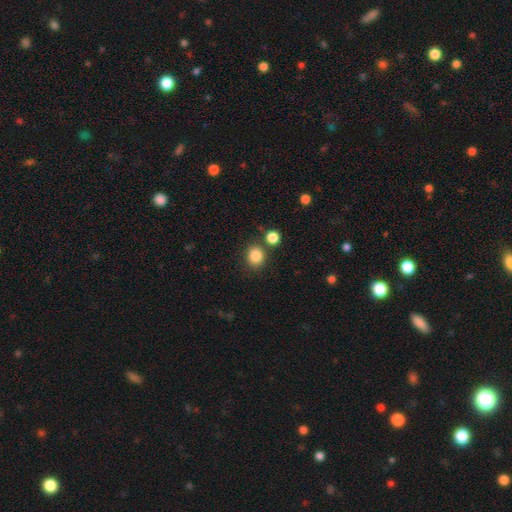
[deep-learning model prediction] Smooth or featured? Predicted: smooth (p=0.85). How rounded? Predicted: round (p=0.81). Merging? Predicted: none (p=0.80).